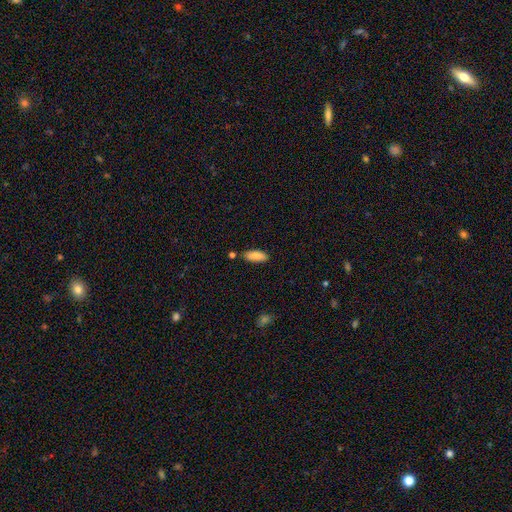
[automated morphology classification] Overall: smooth (86%). How rounded: in between (75%). Merging: none (82%).